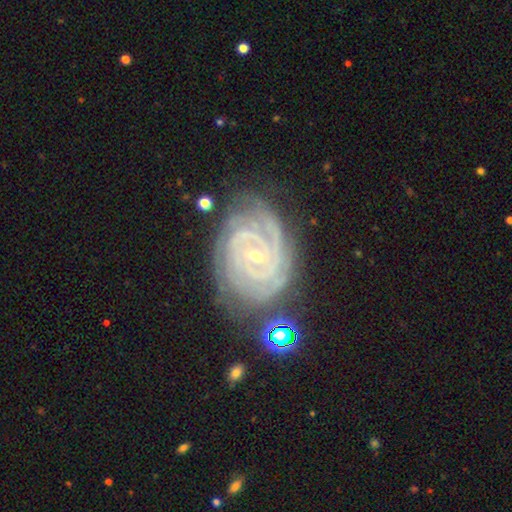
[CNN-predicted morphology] Smooth or featured? featured or disk (91%)
Edge-on disk? no (97%)
Bar? no (49%)
Spiral arms? yes (99%)
Spiral winding? tight (84%)
Spiral arm count? 2 (30%)
Bulge size? small (78%)
Merging? none (74%)